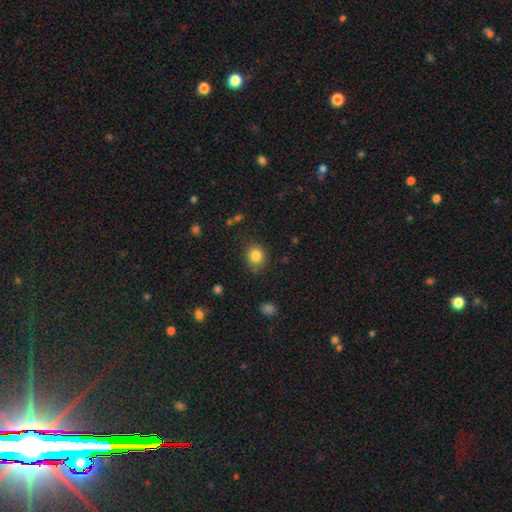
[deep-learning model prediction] A smooth galaxy with no disk features (84%) that is round (75%). Merging: none (84%).